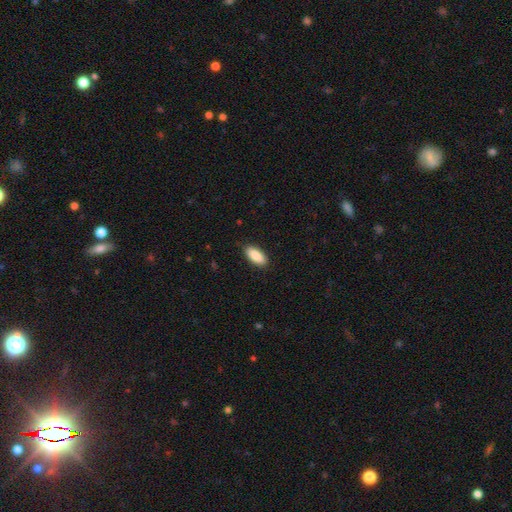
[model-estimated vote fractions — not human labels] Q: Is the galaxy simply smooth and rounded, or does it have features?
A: smooth — 89%.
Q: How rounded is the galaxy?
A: in between — 87%.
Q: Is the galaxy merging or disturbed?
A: none — 88%.